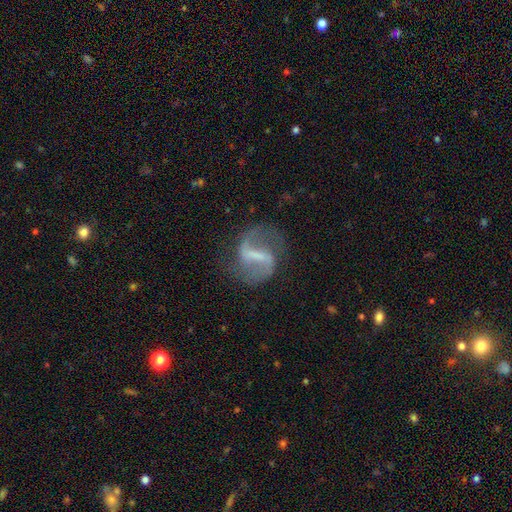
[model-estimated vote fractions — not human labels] featured or disk 87%, smooth 7%, star or artifact 6%. Down the decision tree: edge-on disk — no (97%); bar — strong (59%); spiral arms — yes (94%); spiral arm count — 2 (92%); spiral winding — medium (46%); bulge size — none (46%); merging — none (75%).